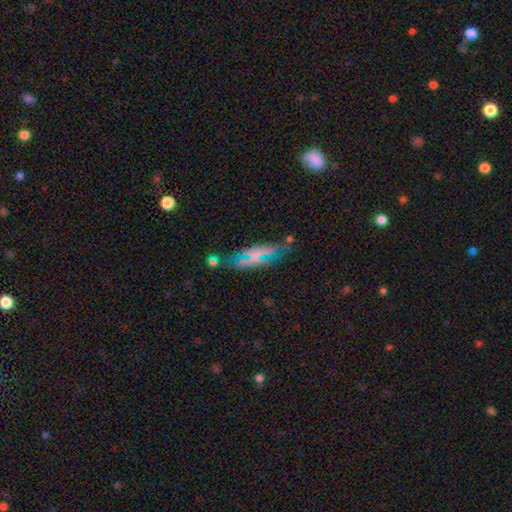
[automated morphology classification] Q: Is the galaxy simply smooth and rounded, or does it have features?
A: smooth — 43%.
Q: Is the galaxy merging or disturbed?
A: none — 64%.